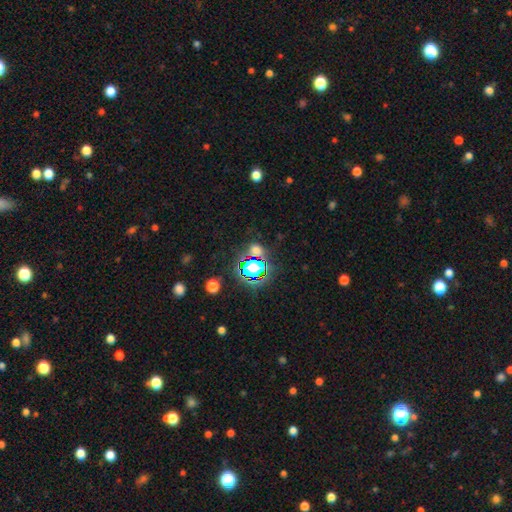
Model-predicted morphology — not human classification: A star or artifact, not a galaxy (72%).

Vote fractions:
- Smooth or featured? star or artifact: 72% / smooth: 19% / featured or disk: 9%